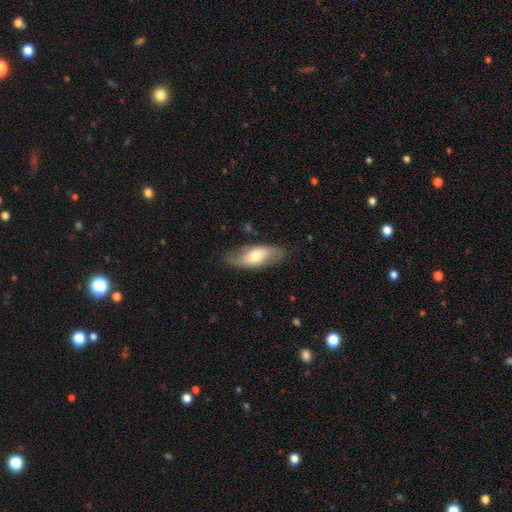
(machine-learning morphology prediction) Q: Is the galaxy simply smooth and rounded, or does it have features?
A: smooth — 54%.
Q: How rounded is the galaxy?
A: in between — 81%.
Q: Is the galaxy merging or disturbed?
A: none — 79%.